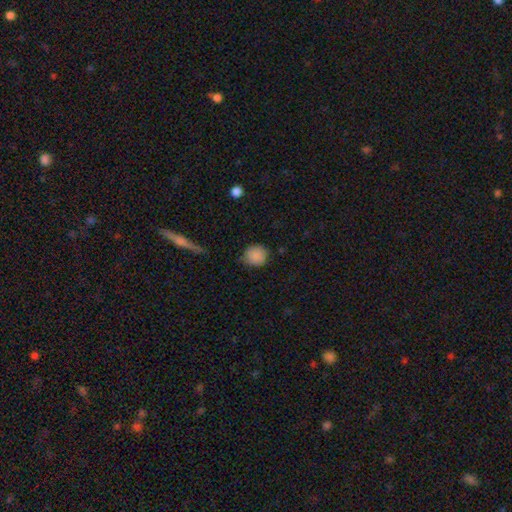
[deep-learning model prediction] smooth 87%, star or artifact 9%, featured or disk 4%. Down the decision tree: how rounded — round (88%); merging — none (79%).